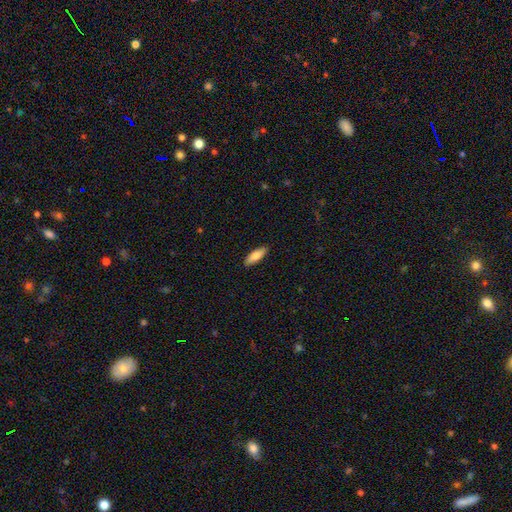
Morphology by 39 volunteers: smooth_or_featured: smooth (p=0.90) [alt: featured or disk p=0.08]
how_rounded: in between (p=0.57) [alt: cigar-shaped p=0.43]
merging: none (p=0.97) [alt: minor disturbance p=0.03]